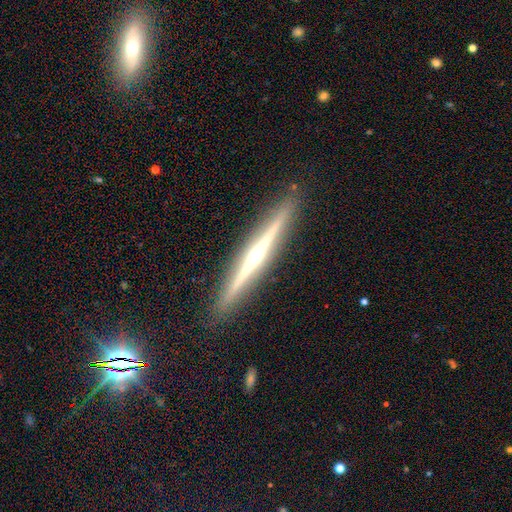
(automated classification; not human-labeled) A featured or disk galaxy (84%) viewed edge-on (98%) with a rounded central bulge (80%). Merging: none (92%).